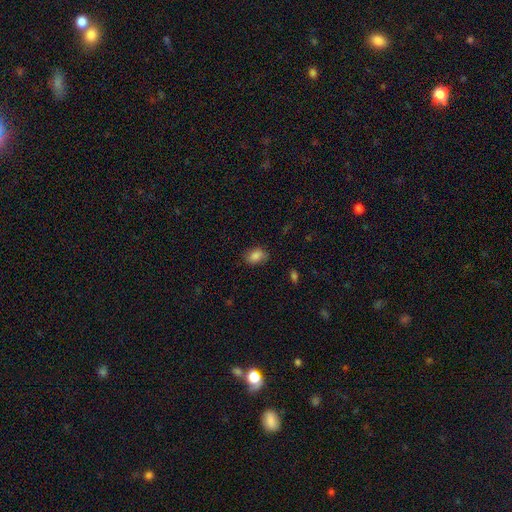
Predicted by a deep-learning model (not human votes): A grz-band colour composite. It shows a smooth galaxy with no disk features (84%) that is in between round and cigar-shaped (79%). Merging: none (77%).